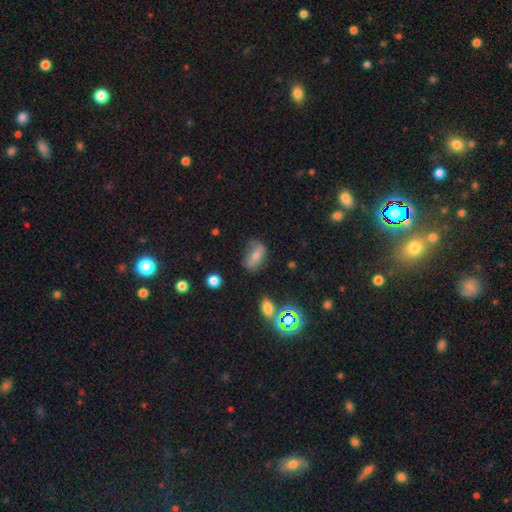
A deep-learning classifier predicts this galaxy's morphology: A smooth galaxy with no disk features (57%) that is in between round and cigar-shaped (80%). Merging: none (59%).